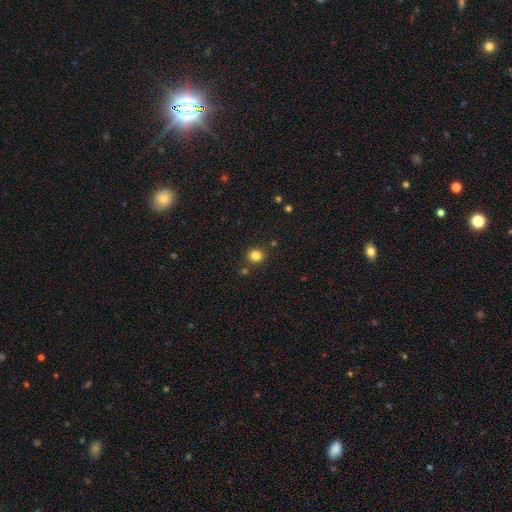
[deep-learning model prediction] smooth_or_featured: smooth (p=0.83) [alt: star or artifact p=0.13]
how_rounded: round (p=0.82) [alt: in between p=0.17]
merging: none (p=0.86) [alt: minor disturbance p=0.08]